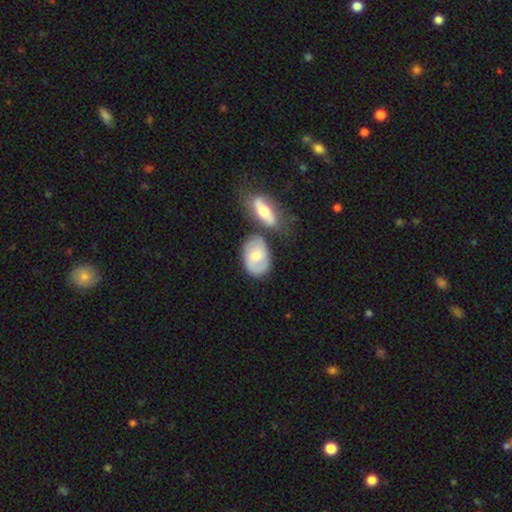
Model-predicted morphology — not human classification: Smooth or featured? featured or disk (59%)
Edge-on disk? no (93%)
Bar? no (59%)
Spiral arms? yes (83%)
Bulge size? moderate (55%)
Merging? none (52%)